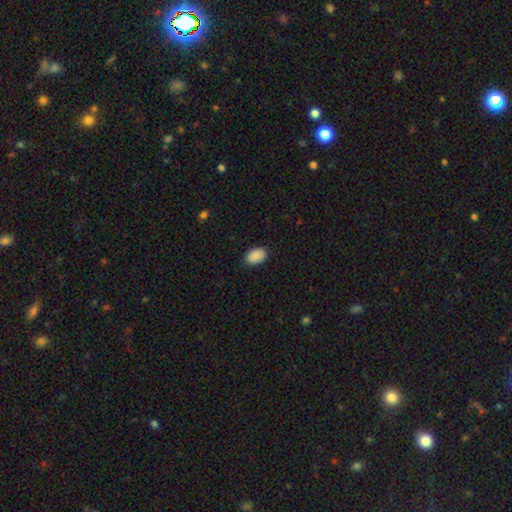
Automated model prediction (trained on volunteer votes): Smooth or featured? Predicted: smooth (p=0.91). How rounded? Predicted: in between (p=0.90). Merging? Predicted: none (p=0.89).